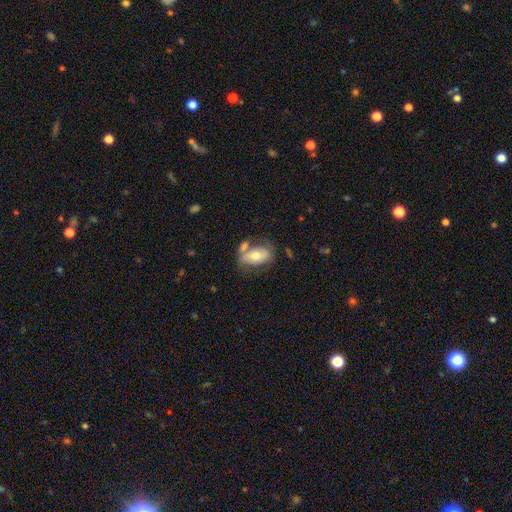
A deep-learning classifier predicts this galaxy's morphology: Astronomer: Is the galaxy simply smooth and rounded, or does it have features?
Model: smooth — 51% (runner-up: featured or disk, 43%).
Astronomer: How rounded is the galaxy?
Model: in between — 88%.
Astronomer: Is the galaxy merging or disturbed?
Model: none — 42% (runner-up: merger, 28%).